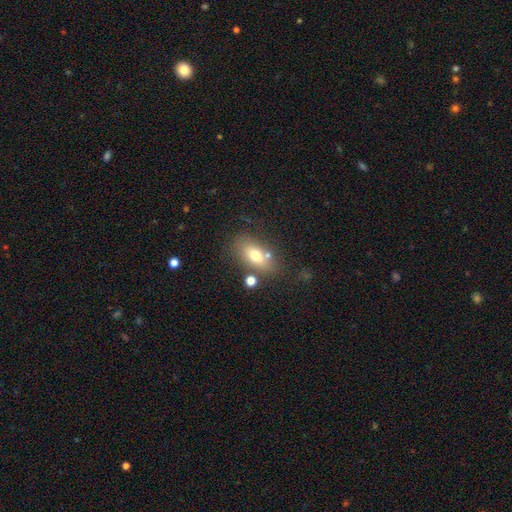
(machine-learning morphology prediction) A smooth galaxy with no disk features (70%) that is in between round and cigar-shaped (84%).

Vote fractions:
- Smooth or featured? smooth: 70% / featured or disk: 20% / star or artifact: 10%
- How rounded? in between: 84% / round: 11% / cigar-shaped: 5%
- Merging? none: 69% / minor disturbance: 15% / merger: 11% / major disturbance: 5%